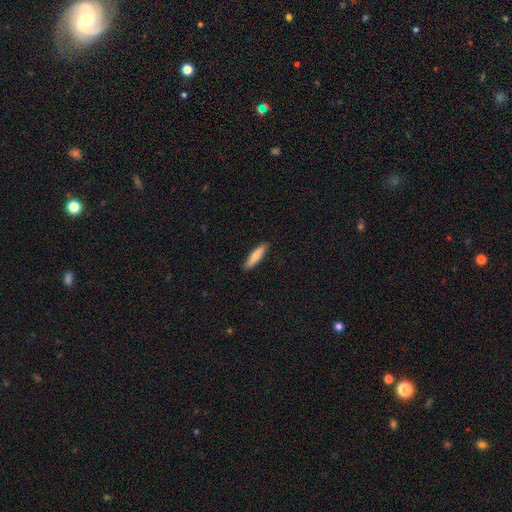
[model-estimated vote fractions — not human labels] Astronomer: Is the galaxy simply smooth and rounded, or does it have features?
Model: smooth — 76%.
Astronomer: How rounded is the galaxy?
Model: cigar-shaped — 80%.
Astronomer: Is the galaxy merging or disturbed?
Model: none — 87%.